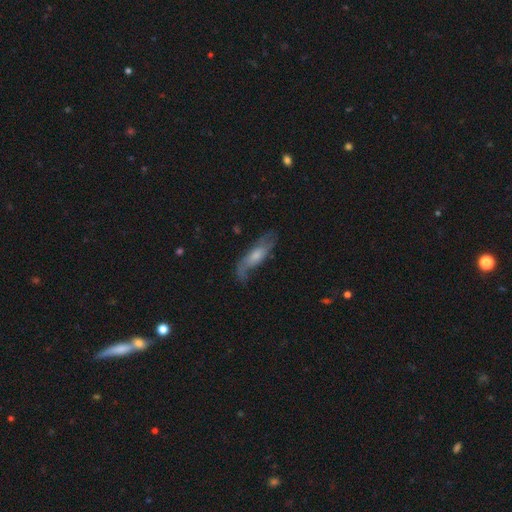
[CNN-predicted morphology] smooth_or_featured: featured or disk (p=0.57) [alt: smooth p=0.36]
disk_edge_on: no (p=0.73) [alt: yes p=0.27]
merging: none (p=0.56) [alt: minor disturbance p=0.25]